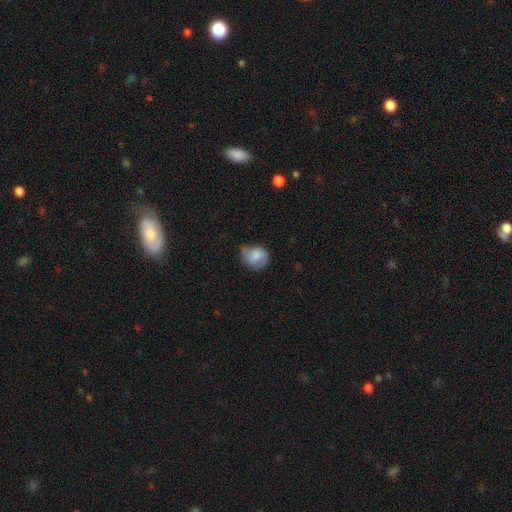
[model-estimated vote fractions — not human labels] Smooth or featured? Predicted: smooth (p=0.76). How rounded? Predicted: round (p=0.59). Merging? Predicted: none (p=0.45).